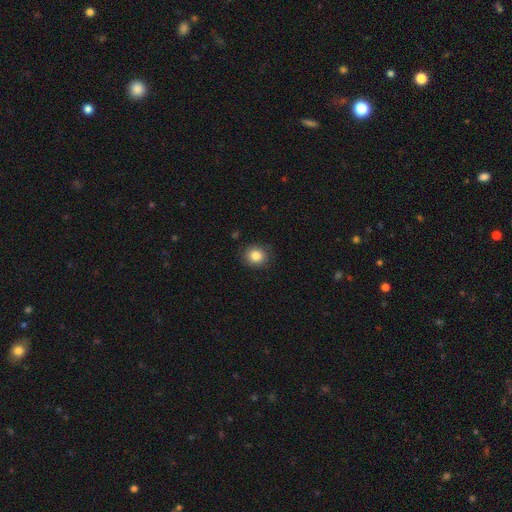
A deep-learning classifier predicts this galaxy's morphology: smooth 85%, star or artifact 10%, featured or disk 5%. Down the decision tree: how rounded — round (83%); merging — none (87%).